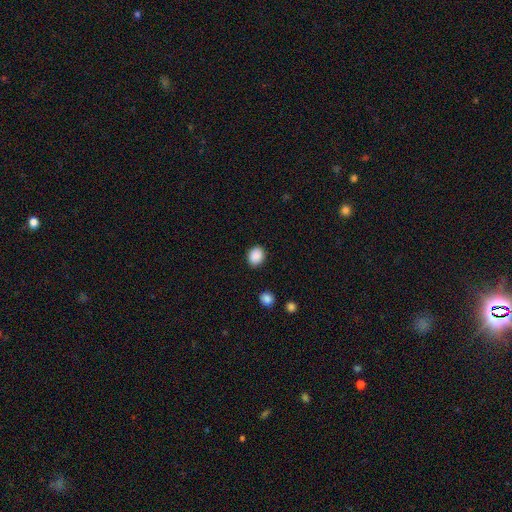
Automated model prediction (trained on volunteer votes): smooth 89%, star or artifact 8%, featured or disk 3%. Down the decision tree: how rounded — round (58%); merging — none (87%).